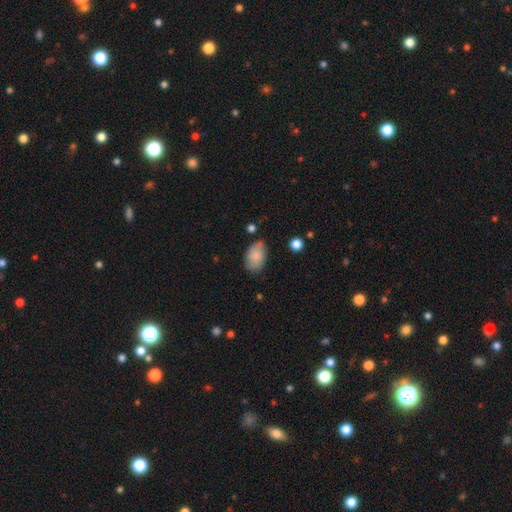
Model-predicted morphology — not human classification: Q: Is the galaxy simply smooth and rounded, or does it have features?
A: smooth — 82%.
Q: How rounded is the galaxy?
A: in between — 90%.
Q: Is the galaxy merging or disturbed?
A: none — 70%.